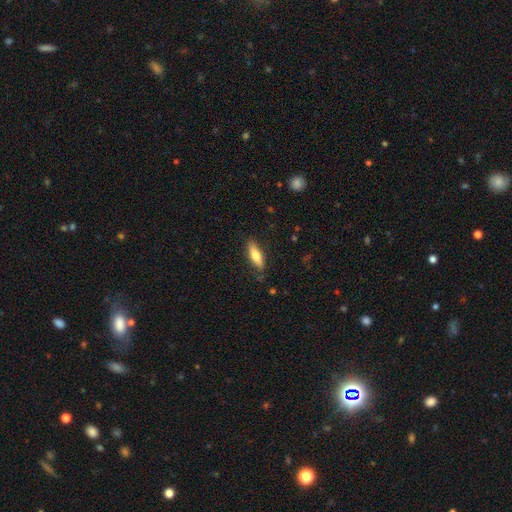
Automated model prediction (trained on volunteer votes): Smooth or featured?
  - smooth: 69% *
  - featured or disk: 25%
  - star or artifact: 6%
How rounded?
  - in between: 52% *
  - cigar-shaped: 45%
  - round: 2%
Merging?
  - none: 80% *
  - minor disturbance: 16%
  - major disturbance: 3%
  - merger: 1%